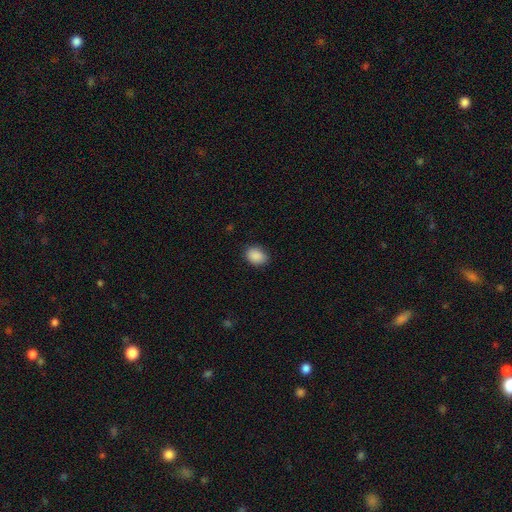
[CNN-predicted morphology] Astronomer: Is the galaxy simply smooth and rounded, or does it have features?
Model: smooth — 89%.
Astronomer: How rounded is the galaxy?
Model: in between — 66%.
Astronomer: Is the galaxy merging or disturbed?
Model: none — 84%.